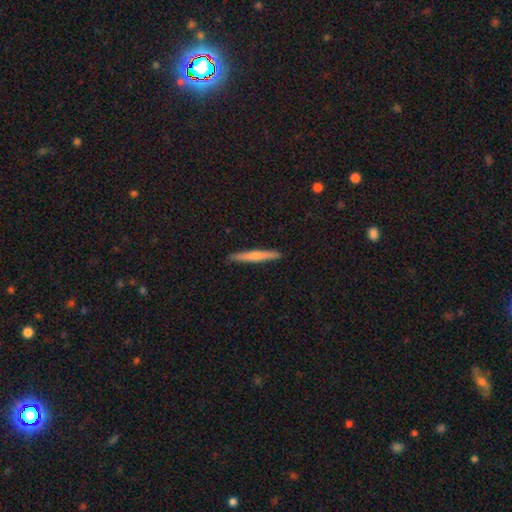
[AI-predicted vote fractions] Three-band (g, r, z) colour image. It shows a smooth galaxy with no disk features (62%) that is cigar-shaped (96%). Merging: none (91%).